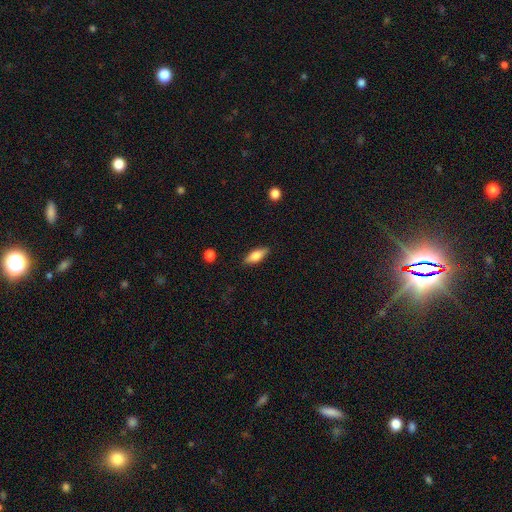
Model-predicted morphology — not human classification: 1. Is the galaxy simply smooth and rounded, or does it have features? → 74% smooth, 19% featured or disk, 7% star or artifact.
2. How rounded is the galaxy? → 70% in between, 28% cigar-shaped, 3% round.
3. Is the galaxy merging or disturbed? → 87% none, 10% minor disturbance, 2% major disturbance, 1% merger.